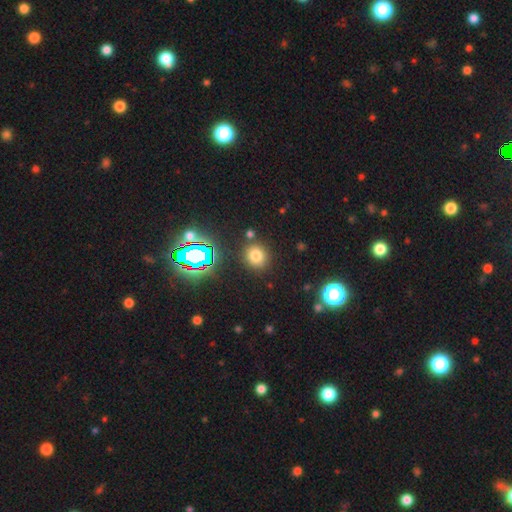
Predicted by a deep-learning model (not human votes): Smooth or featured? smooth (71%)
How rounded? round (80%)
Merging? none (83%)